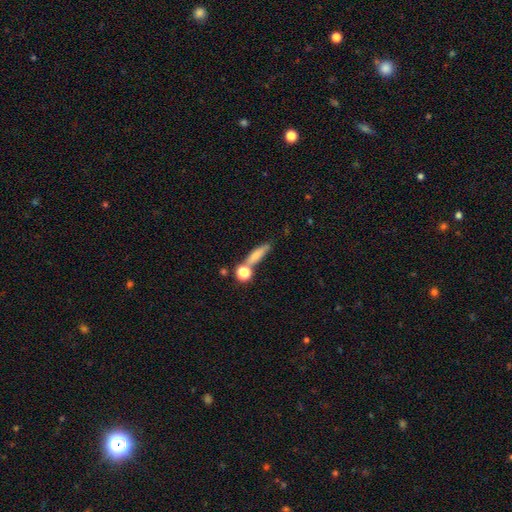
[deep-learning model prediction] A smooth galaxy with no disk features (69%) that is cigar-shaped (60%).

Vote fractions:
- Smooth or featured? smooth: 69% / featured or disk: 20% / star or artifact: 11%
- How rounded? cigar-shaped: 60% / in between: 28% / round: 11%
- Merging? none: 57% / merger: 22% / minor disturbance: 14% / major disturbance: 6%